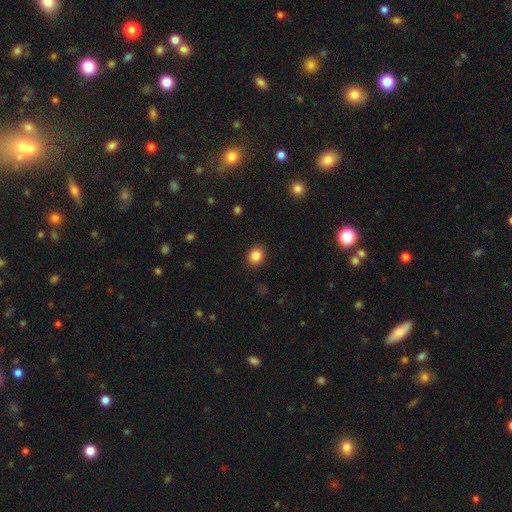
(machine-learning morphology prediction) This appears to be a smooth galaxy with no disk features (85%) that is round (56%). Merging: none (89%).